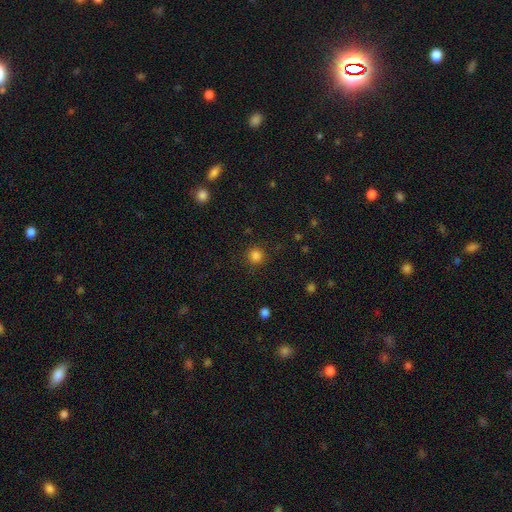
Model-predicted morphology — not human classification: This appears to be a smooth galaxy with no disk features (84%) that is round (93%). Merging: none (90%).